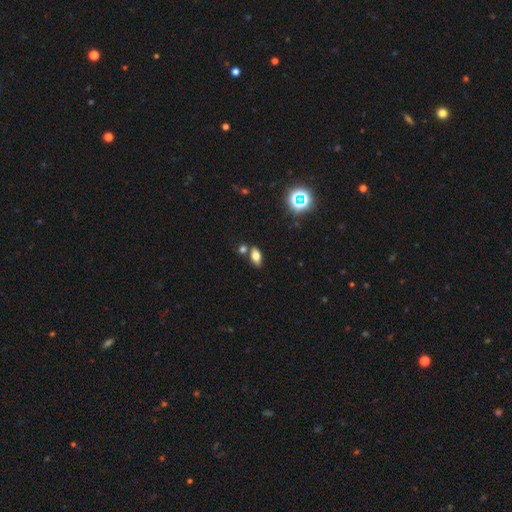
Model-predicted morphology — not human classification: type=smooth (70%); roundness=in between (86%); merging=none (69%).